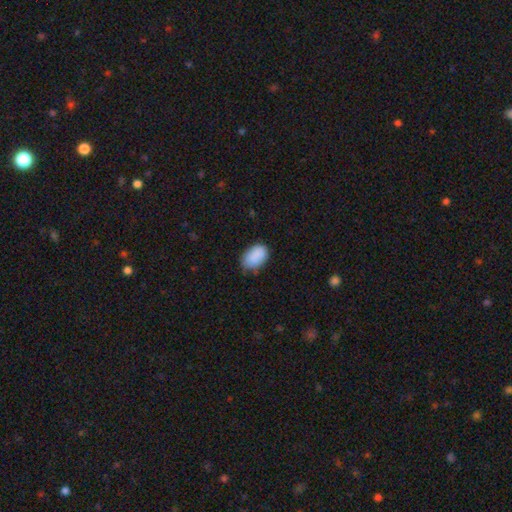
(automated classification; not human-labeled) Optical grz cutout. It shows a smooth galaxy with no disk features (88%) that is in between round and cigar-shaped (89%). Merging: none (66%).